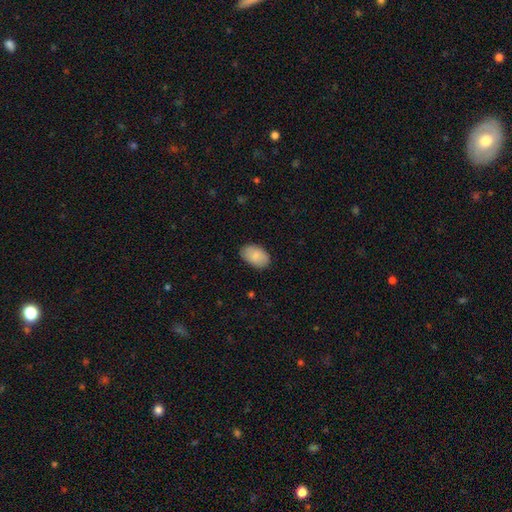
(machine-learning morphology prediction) Smooth or featured: smooth — 86% (featured or disk — 8%)
How rounded: in between — 92% (round — 7%)
Merging: none — 85% (minor disturbance — 12%)